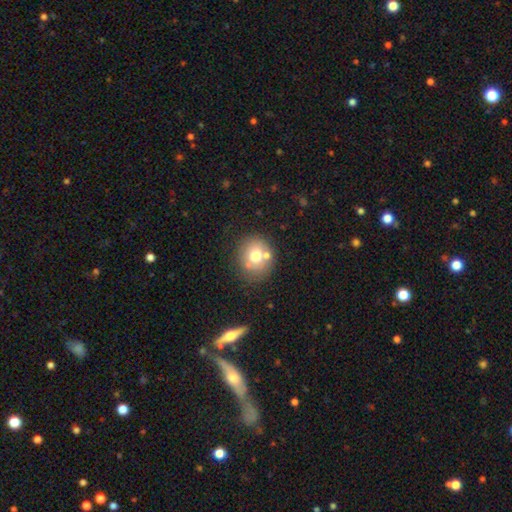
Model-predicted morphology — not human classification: type=smooth (67%); roundness=round (80%); merging=none (67%).